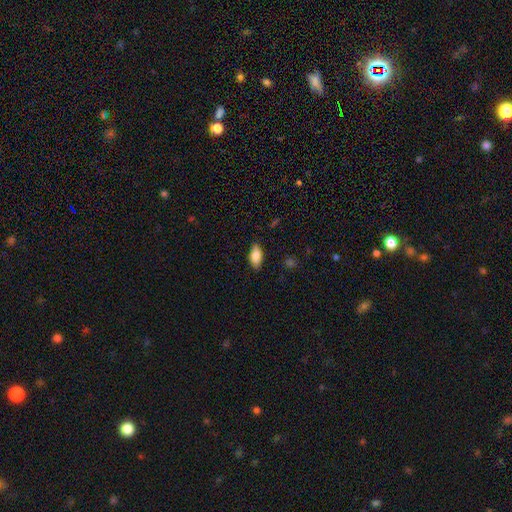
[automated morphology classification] This appears to be a smooth galaxy with no disk features (84%) that is in between round and cigar-shaped (90%). Merging: none (85%).